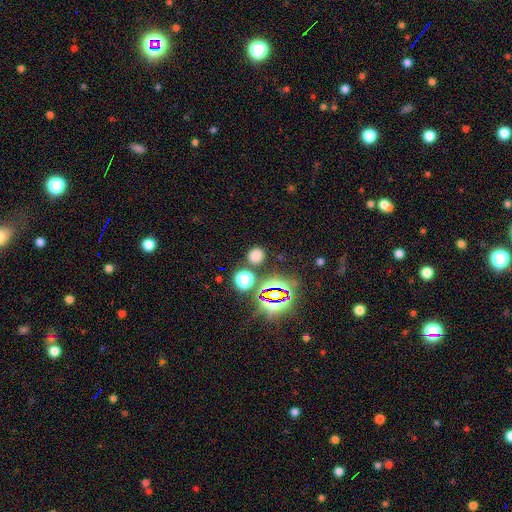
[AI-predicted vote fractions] Q: Smooth or featured?
A: smooth (68%); runner-up: star or artifact (27%)
Q: How rounded?
A: round (83%); runner-up: in between (16%)
Q: Merging?
A: none (83%); runner-up: minor disturbance (8%)